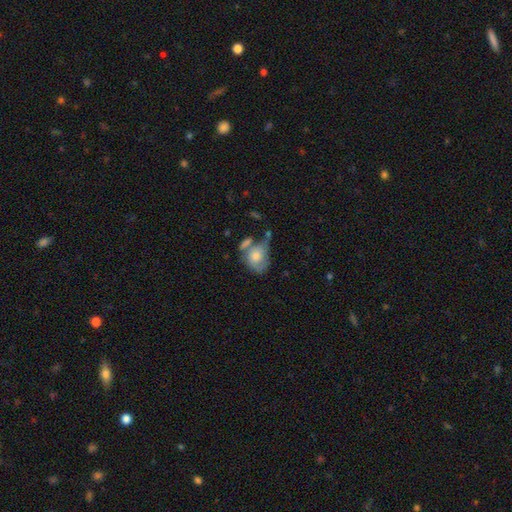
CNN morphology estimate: Smooth or featured: smooth — 62% (featured or disk — 30%)
How rounded: in between — 60% (round — 38%)
Merging: none — 28% (merger — 27%)